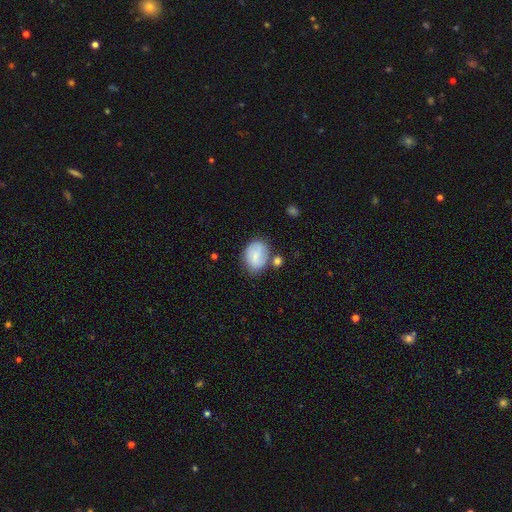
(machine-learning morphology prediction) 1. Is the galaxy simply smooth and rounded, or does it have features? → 62% smooth, 31% featured or disk, 8% star or artifact.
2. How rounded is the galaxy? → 61% in between, 38% round, 1% cigar-shaped.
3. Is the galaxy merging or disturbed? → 62% none, 21% minor disturbance, 11% merger, 6% major disturbance.